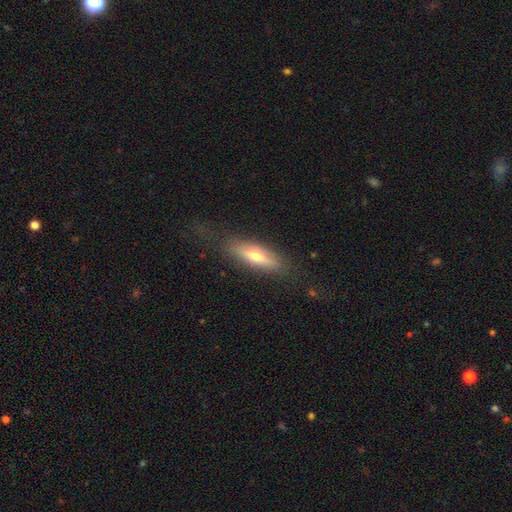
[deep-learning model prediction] Smooth or featured?
  - smooth: 53% *
  - featured or disk: 40%
  - star or artifact: 7%
How rounded?
  - cigar-shaped: 61% *
  - in between: 36%
  - round: 3%
Merging?
  - none: 76% *
  - minor disturbance: 16%
  - major disturbance: 7%
  - merger: 1%